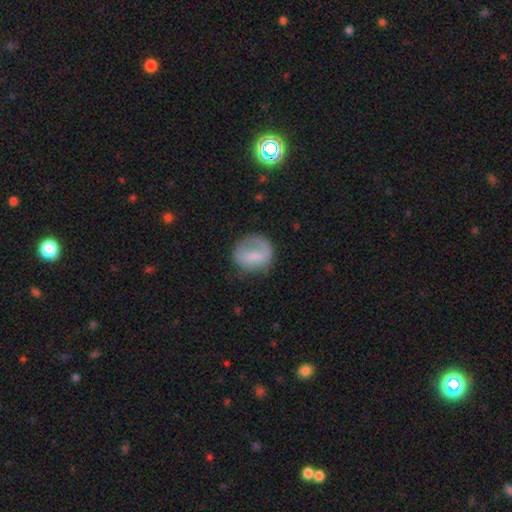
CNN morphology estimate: This appears to be a smooth galaxy with no disk features (59%) that is round (77%). Merging: none (55%).